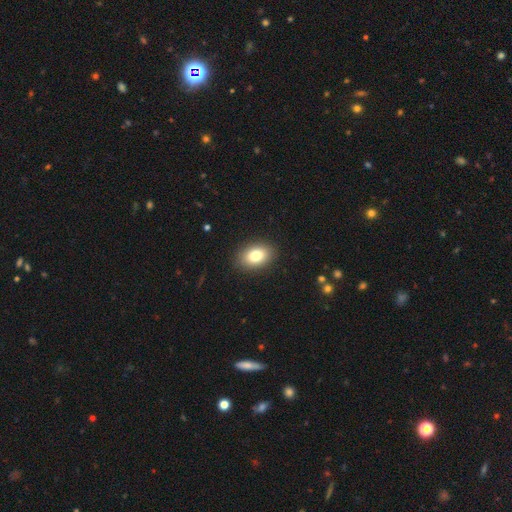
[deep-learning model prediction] Overall: smooth (82%). How rounded: in between (84%). Merging: none (89%).